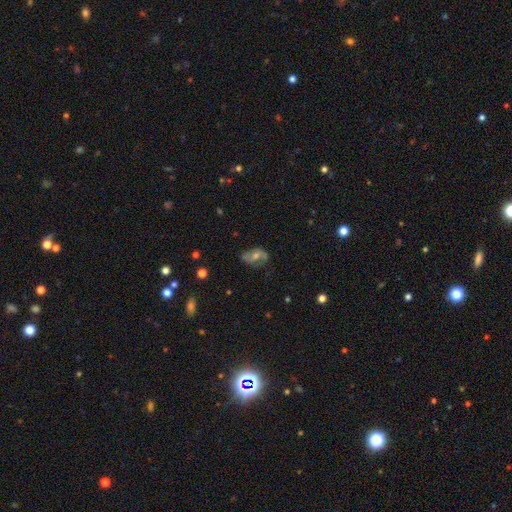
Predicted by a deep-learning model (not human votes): A featured or disk galaxy (60%) with no bar (54%), spiral arms (74%) and a moderate central bulge (57%). Merging: none (71%).